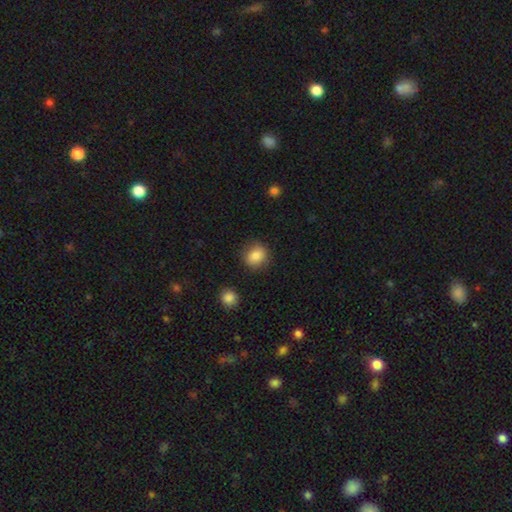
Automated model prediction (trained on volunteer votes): The model was most divided on "how rounded": round: 75%, in between: 24%, cigar-shaped: 1%. More confident: smooth or featured — smooth (85%); merging — none (83%).